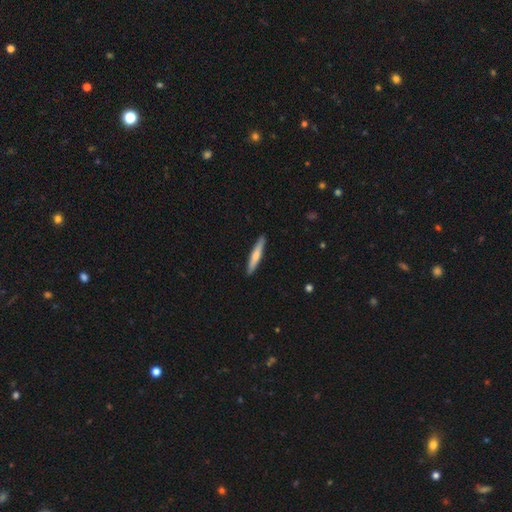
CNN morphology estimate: smooth 64%, featured or disk 31%, star or artifact 5%. Down the decision tree: how rounded — cigar-shaped (93%); merging — none (91%).